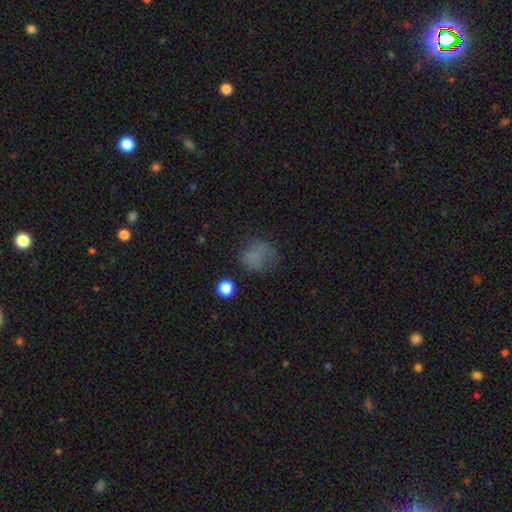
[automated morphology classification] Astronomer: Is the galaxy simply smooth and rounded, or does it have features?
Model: smooth — 69%.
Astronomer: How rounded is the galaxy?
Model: round — 68%.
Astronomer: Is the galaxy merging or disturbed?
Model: none — 54%.